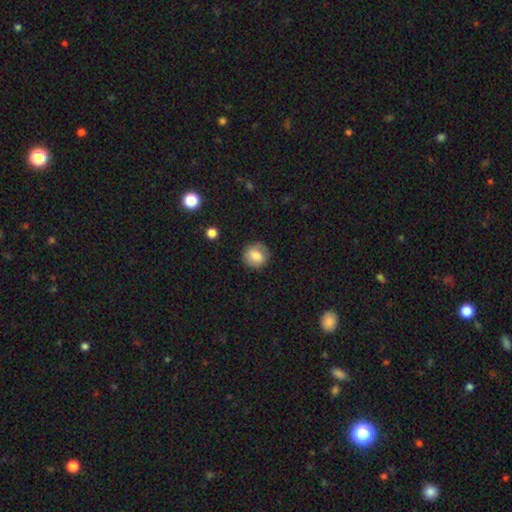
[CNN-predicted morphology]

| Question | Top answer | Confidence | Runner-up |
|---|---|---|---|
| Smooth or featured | smooth | 78% | featured or disk (14%) |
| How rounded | round | 83% | in between (16%) |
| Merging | none | 81% | minor disturbance (14%) |